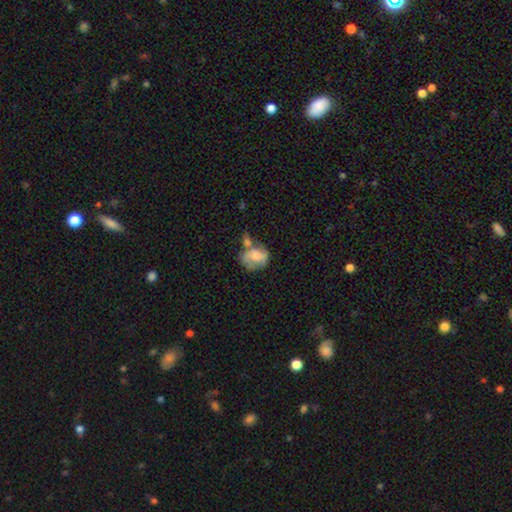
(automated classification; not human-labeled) Overall: smooth (48%; featured or disk 44%). Merging: none (31%; merger 29%).